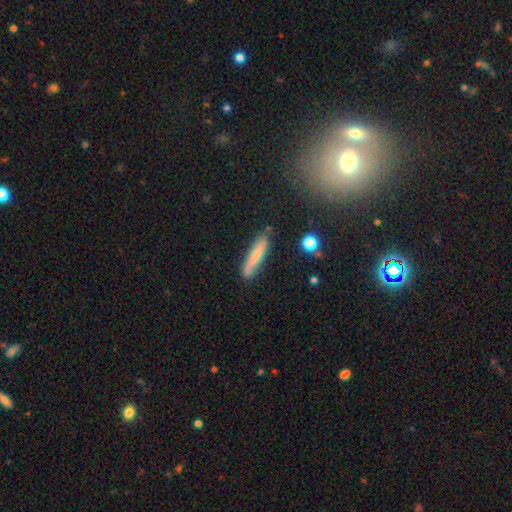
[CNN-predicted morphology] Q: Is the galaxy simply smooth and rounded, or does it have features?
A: smooth — 69%.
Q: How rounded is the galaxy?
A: cigar-shaped — 89%.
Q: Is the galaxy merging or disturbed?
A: none — 81%.